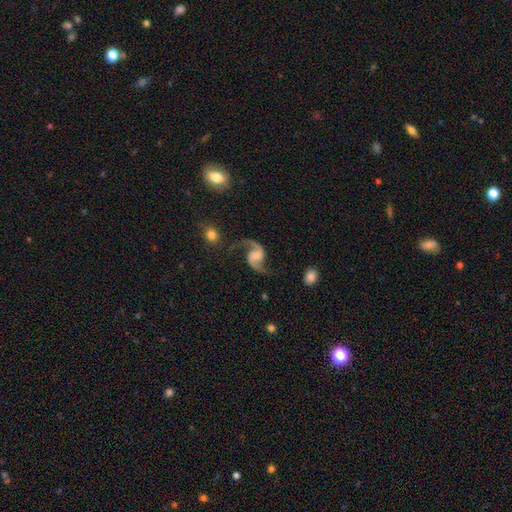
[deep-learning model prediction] smooth_or_featured: featured or disk (p=0.93) [alt: star or artifact p=0.04]
disk_edge_on: no (p=0.98) [alt: yes p=0.02]
bar: no (p=0.53) [alt: weak p=0.36]
has_spiral_arms: yes (p=0.98) [alt: no p=0.02]
spiral_winding: loose (p=0.70) [alt: medium p=0.26]
spiral_arm_count: 2 (p=0.94) [alt: 1 p=0.02]
bulge_size: none (p=0.33) [alt: small p=0.28]
merging: none (p=0.76) [alt: minor disturbance p=0.14]